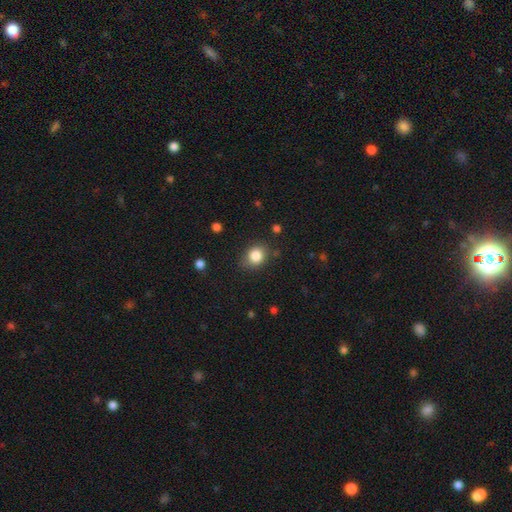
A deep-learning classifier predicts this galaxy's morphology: smooth_or_featured: smooth (p=0.83) [alt: star or artifact p=0.10]
how_rounded: round (p=0.59) [alt: in between p=0.40]
merging: none (p=0.80) [alt: minor disturbance p=0.14]